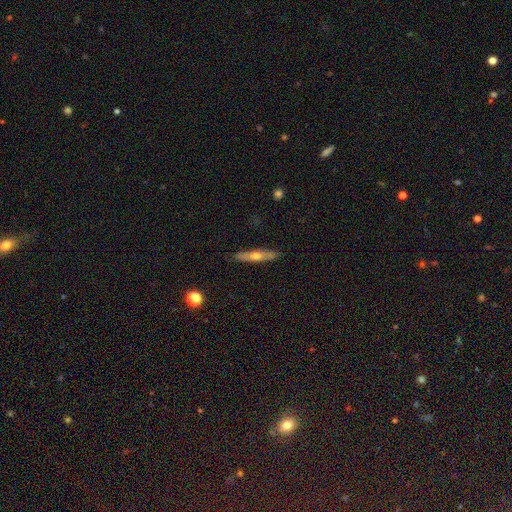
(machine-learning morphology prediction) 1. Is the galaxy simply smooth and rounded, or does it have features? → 50% featured or disk, 43% smooth, 7% star or artifact.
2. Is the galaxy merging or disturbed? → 86% none, 11% minor disturbance, 2% major disturbance, 1% merger.